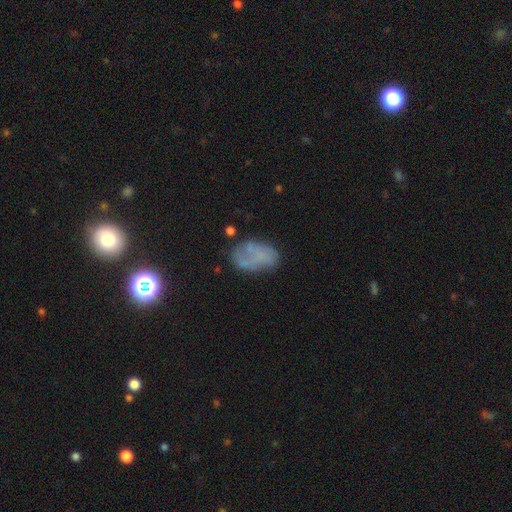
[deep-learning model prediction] Smooth or featured?
  - smooth: 50% *
  - featured or disk: 35%
  - star or artifact: 16%
Merging?
  - none: 52% *
  - minor disturbance: 26%
  - major disturbance: 18%
  - merger: 5%